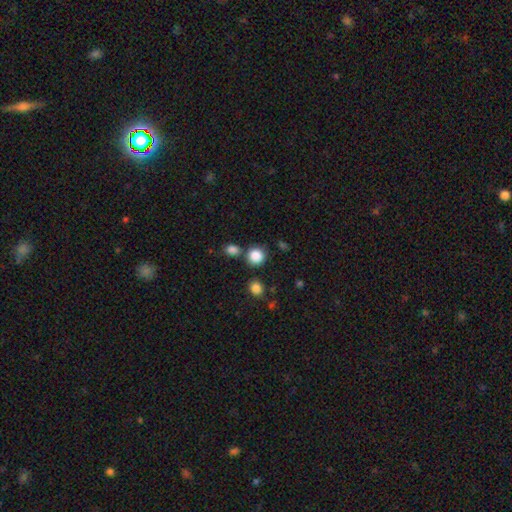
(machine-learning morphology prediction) Smooth or featured? smooth (86%)
How rounded? round (86%)
Merging? none (74%)